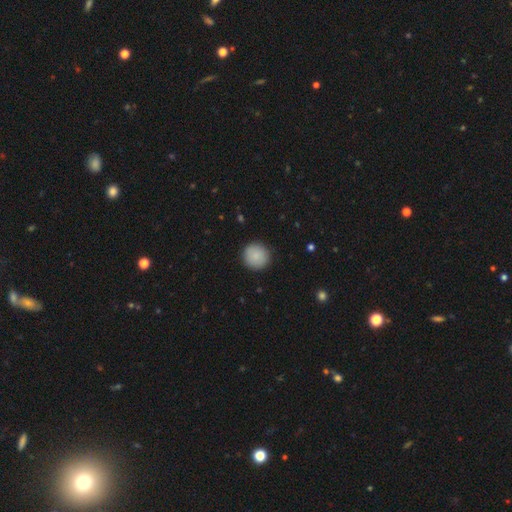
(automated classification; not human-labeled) smooth 88%, star or artifact 7%, featured or disk 5%. Down the decision tree: how rounded — round (95%); merging — none (91%).